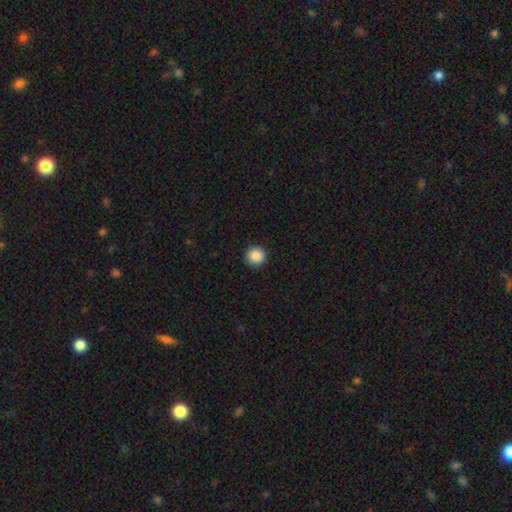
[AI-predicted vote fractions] This appears to be a smooth galaxy with no disk features (88%) that is round (95%). Merging: none (93%).